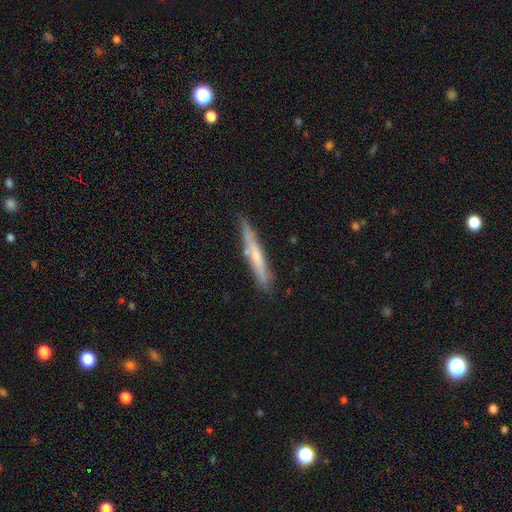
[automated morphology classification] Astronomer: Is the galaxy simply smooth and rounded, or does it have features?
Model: smooth — 48% (runner-up: featured or disk, 46%).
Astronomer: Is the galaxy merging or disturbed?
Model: none — 78%.